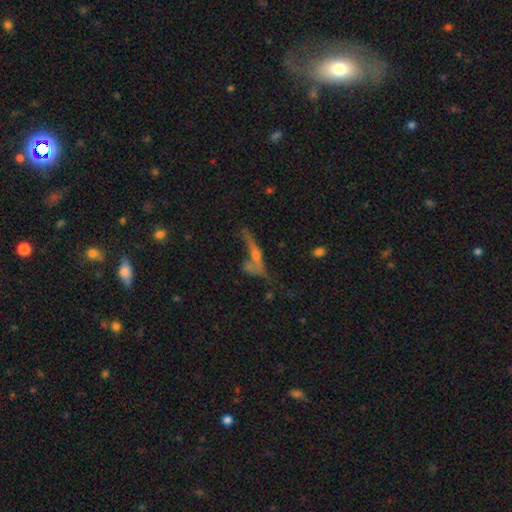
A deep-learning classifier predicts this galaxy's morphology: The model was most divided on "smooth or featured": featured or disk: 43%, star or artifact: 32%, smooth: 25%. More confident: merging — none (50%).